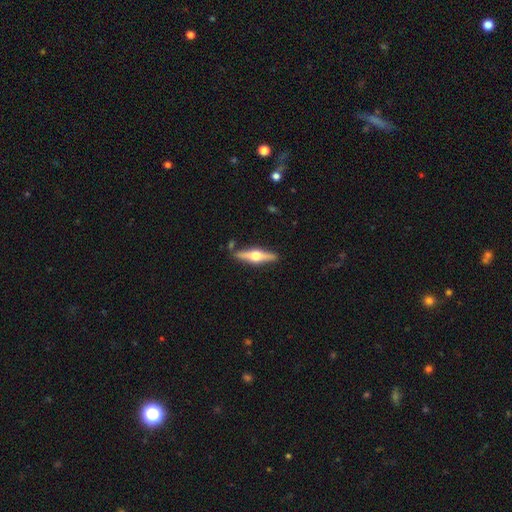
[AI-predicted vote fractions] Morphology: type=featured or disk (72%); edge-on=yes (97%); edge-on bulge=rounded (96%); merging=none (86%).